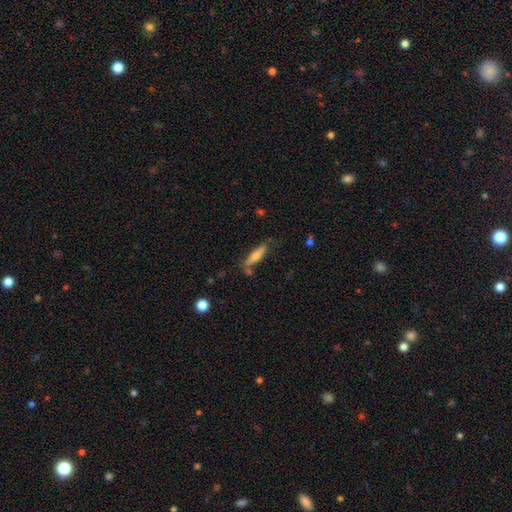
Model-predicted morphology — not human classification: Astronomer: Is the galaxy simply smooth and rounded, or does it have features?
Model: smooth — 53% (runner-up: featured or disk, 40%).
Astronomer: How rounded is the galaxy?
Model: cigar-shaped — 76%.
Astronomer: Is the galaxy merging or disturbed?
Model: none — 70%.